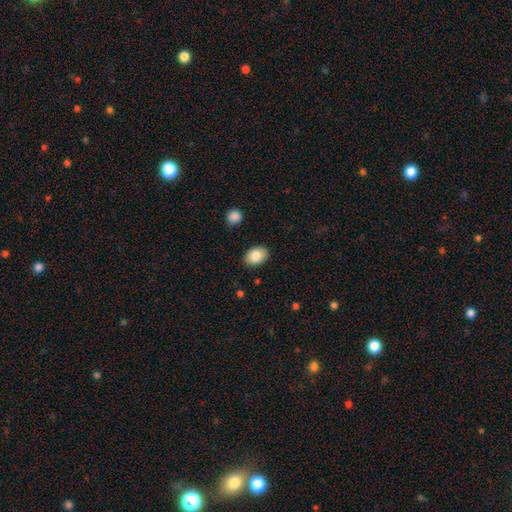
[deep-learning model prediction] Q: Smooth or featured?
A: smooth (84%); runner-up: featured or disk (8%)
Q: How rounded?
A: in between (83%); runner-up: round (16%)
Q: Merging?
A: none (87%); runner-up: minor disturbance (9%)